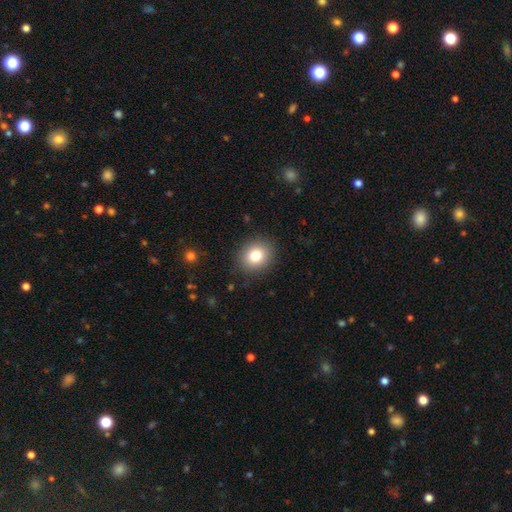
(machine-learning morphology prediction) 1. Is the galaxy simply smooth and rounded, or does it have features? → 80% smooth, 11% star or artifact, 10% featured or disk.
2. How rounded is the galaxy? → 75% round, 25% in between, 1% cigar-shaped.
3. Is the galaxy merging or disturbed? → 89% none, 7% minor disturbance, 3% major disturbance, 1% merger.